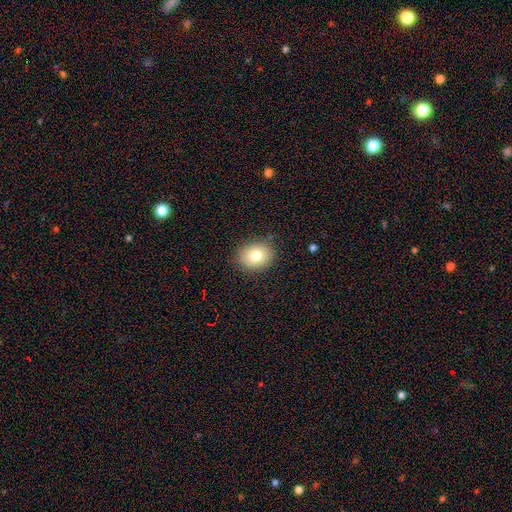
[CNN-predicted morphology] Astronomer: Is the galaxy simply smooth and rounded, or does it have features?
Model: smooth — 79%.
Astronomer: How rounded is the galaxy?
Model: round — 55% (runner-up: in between, 44%).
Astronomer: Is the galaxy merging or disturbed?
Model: none — 88%.